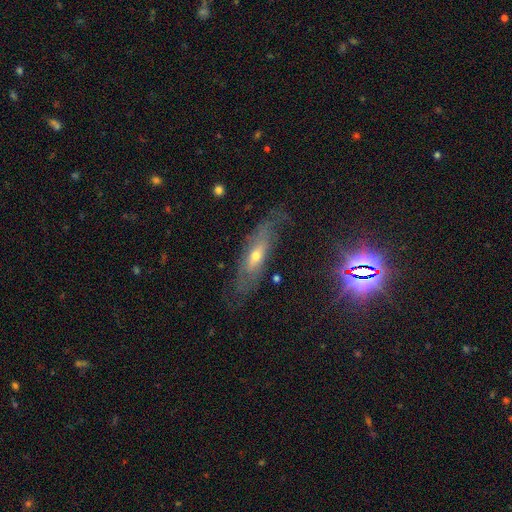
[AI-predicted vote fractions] This is likely a featured or disk galaxy (62%). It is likely not viewed edge-on (61%). Merging: likely none (63%).